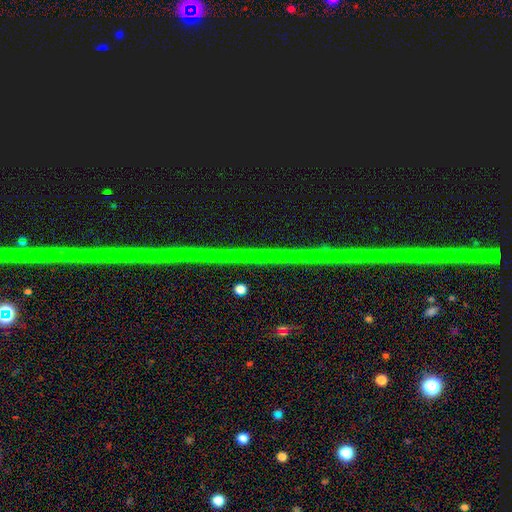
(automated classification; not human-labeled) This appears to be a star or artifact, not a galaxy (89%).